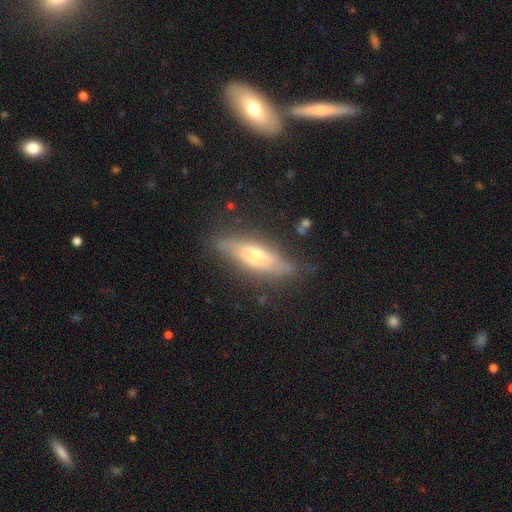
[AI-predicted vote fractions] Smooth or featured? featured or disk (61%)
Edge-on disk? yes (83%)
Edge-on bulge? rounded (79%)
Merging? none (77%)